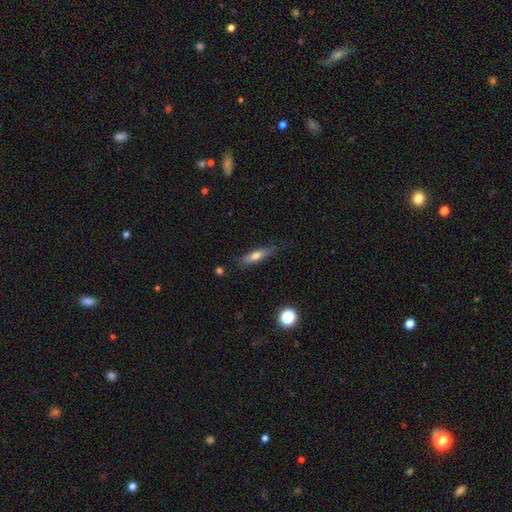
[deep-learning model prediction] Smooth or featured? smooth (63%)
How rounded? cigar-shaped (67%)
Merging? none (73%)